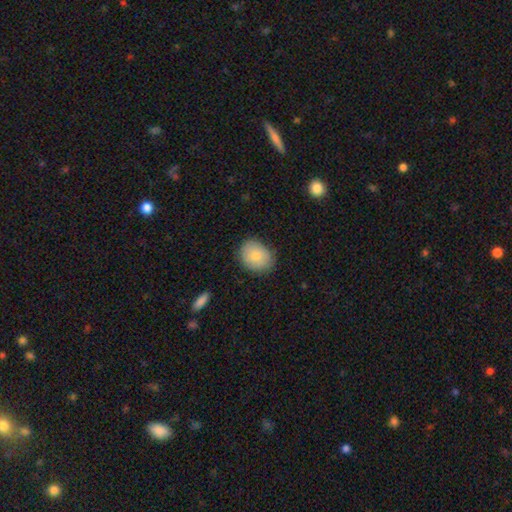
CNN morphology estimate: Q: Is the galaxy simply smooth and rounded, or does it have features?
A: smooth — 83%.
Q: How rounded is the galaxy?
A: round — 51%.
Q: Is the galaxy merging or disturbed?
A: none — 78%.